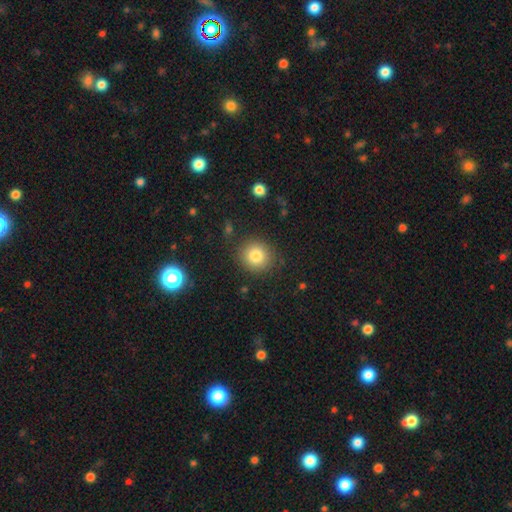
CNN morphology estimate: This appears to be a smooth galaxy with no disk features (82%) that is round (88%). Merging: none (87%).